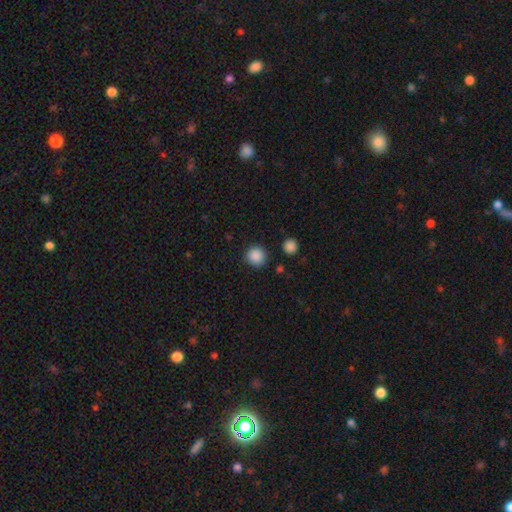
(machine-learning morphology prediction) Smooth or featured: smooth — 87% (star or artifact — 10%)
How rounded: round — 92% (in between — 7%)
Merging: none — 87% (minor disturbance — 7%)